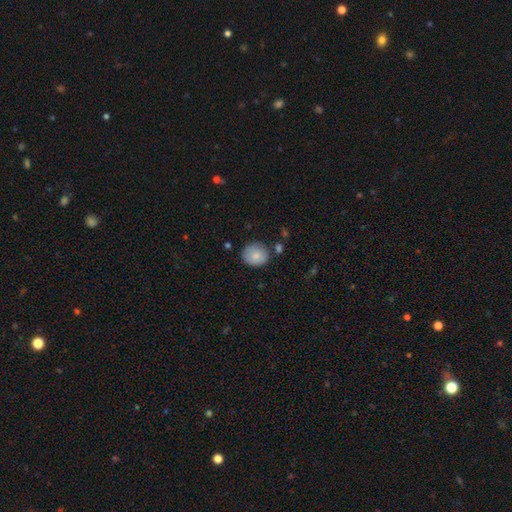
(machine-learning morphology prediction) This appears to be a smooth galaxy with no disk features (83%) that is round (80%). Merging: none (78%).